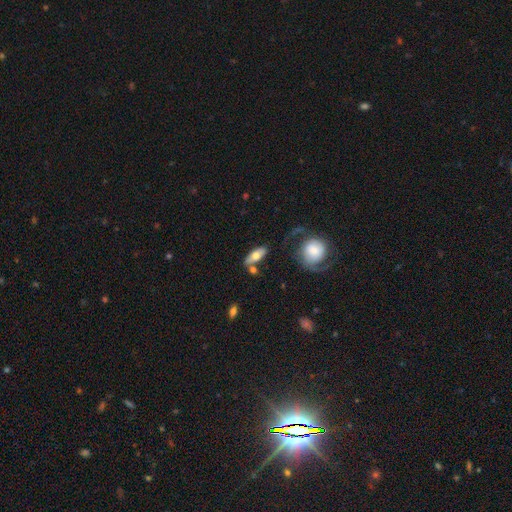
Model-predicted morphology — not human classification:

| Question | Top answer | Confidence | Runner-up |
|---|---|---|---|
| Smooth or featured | smooth | 62% | featured or disk (32%) |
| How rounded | in between | 72% | cigar-shaped (24%) |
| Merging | none | 64% | minor disturbance (17%) |